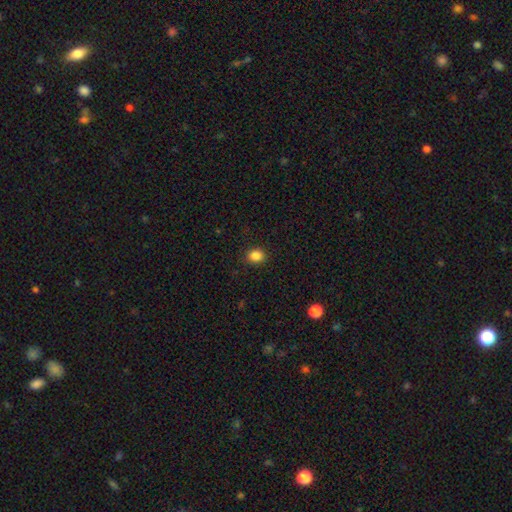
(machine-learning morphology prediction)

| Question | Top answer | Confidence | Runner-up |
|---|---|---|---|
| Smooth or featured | smooth | 86% | star or artifact (11%) |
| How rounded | round | 61% | in between (38%) |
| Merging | none | 89% | minor disturbance (7%) |